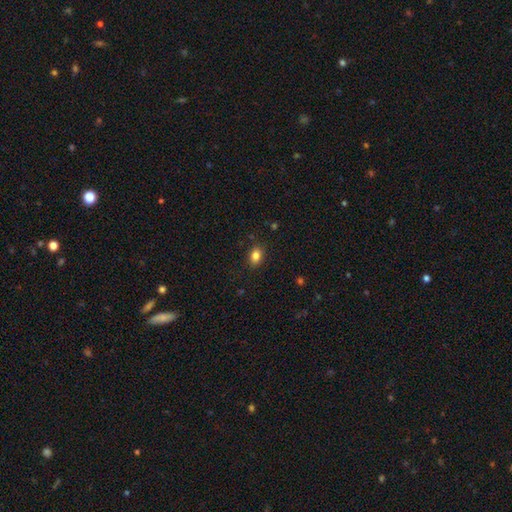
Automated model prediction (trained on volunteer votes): Smooth or featured?
  - smooth: 83% *
  - star or artifact: 10%
  - featured or disk: 7%
How rounded?
  - in between: 74% *
  - round: 24%
  - cigar-shaped: 1%
Merging?
  - none: 87% *
  - minor disturbance: 10%
  - major disturbance: 2%
  - merger: 1%